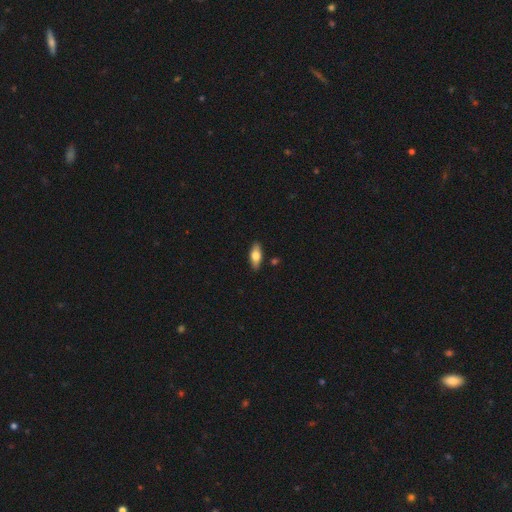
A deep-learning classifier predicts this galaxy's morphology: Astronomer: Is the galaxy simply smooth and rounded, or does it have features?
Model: smooth — 65%.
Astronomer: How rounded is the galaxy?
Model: in between — 74%.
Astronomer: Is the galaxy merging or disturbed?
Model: none — 88%.